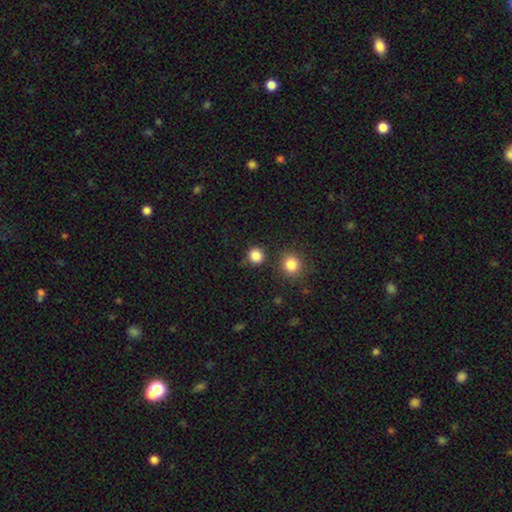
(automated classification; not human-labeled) This is clearly a smooth galaxy (85%). How rounded: clearly round (92%). Merging: clearly none (84%).